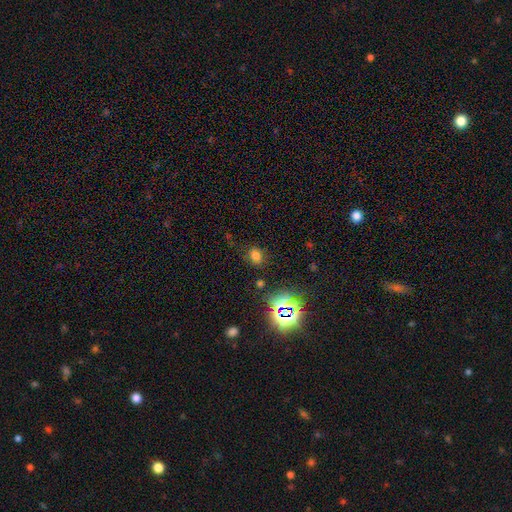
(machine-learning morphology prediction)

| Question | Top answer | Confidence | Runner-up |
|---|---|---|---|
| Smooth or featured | smooth | 66% | star or artifact (28%) |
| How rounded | in between | 60% | round (39%) |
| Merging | none | 77% | minor disturbance (14%) |